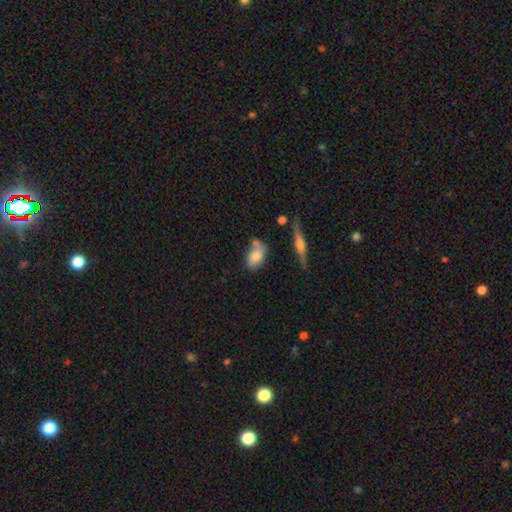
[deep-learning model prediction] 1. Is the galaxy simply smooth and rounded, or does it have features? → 74% smooth, 18% featured or disk, 8% star or artifact.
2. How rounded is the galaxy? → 85% in between, 11% round, 4% cigar-shaped.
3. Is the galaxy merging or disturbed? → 46% none, 27% minor disturbance, 17% merger, 10% major disturbance.